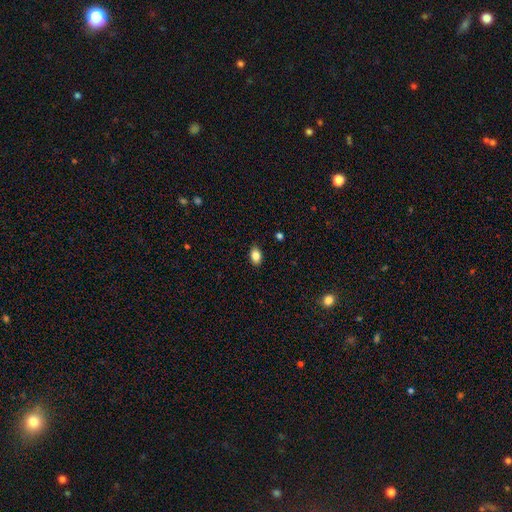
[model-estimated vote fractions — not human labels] smooth 85%, star or artifact 9%, featured or disk 6%. Down the decision tree: how rounded — in between (86%); merging — none (87%).